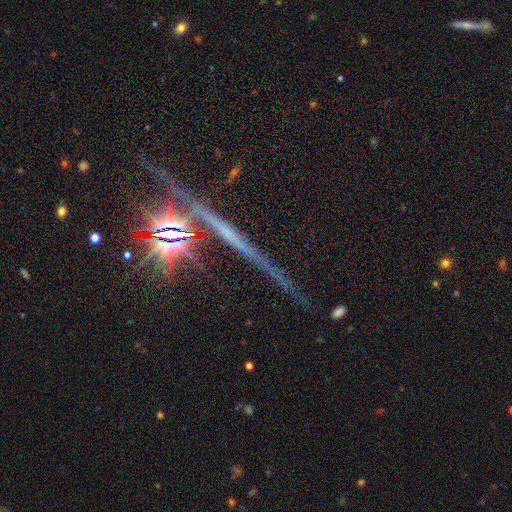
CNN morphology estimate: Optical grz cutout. It shows a star or artifact, not a galaxy (64%).